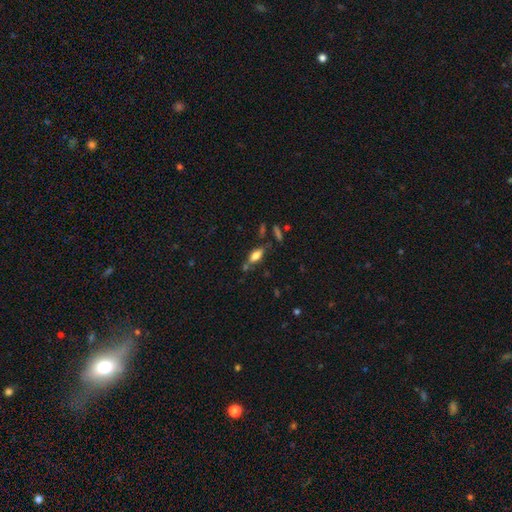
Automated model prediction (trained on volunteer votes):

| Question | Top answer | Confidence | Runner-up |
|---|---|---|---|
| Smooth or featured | smooth | 68% | featured or disk (22%) |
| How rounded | in between | 77% | cigar-shaped (19%) |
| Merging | none | 64% | minor disturbance (17%) |